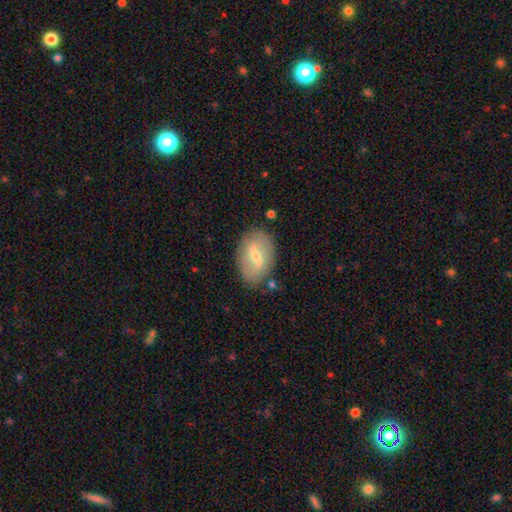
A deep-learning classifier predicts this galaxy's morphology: type=featured or disk (56%); edge-on=no (93%); bar=weak (51%); spiral arms=yes (58%); bulge=small (49%); merging=none (80%).